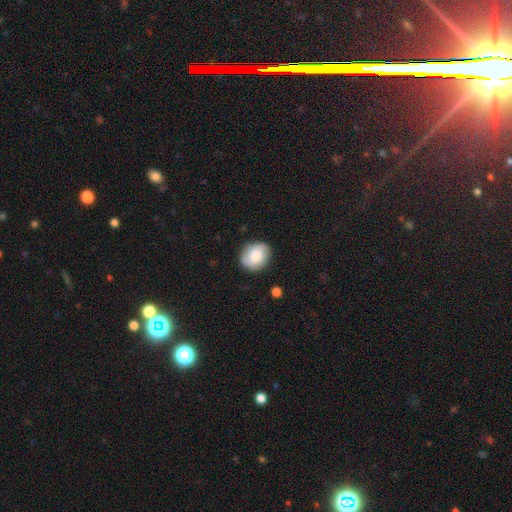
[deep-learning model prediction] Morphology: type=smooth (65%); roundness=round (59%); merging=none (83%).